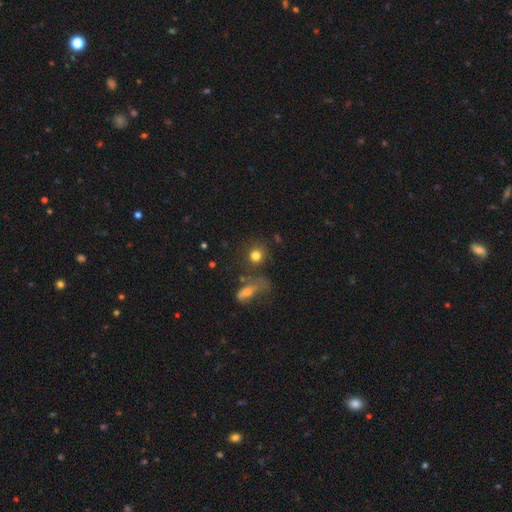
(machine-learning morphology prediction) A smooth galaxy with no disk features (78%) that is round (82%).

Vote fractions:
- Smooth or featured? smooth: 78% / star or artifact: 12% / featured or disk: 10%
- How rounded? round: 82% / in between: 16% / cigar-shaped: 2%
- Merging? none: 61% / merger: 15% / minor disturbance: 13% / major disturbance: 10%